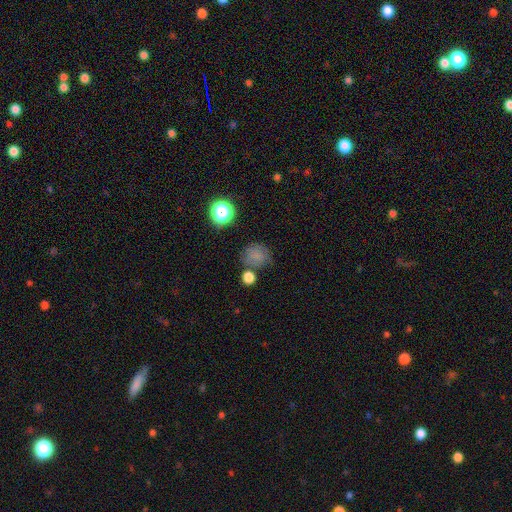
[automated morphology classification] Smooth or featured? smooth (73%)
How rounded? round (82%)
Merging? none (64%)